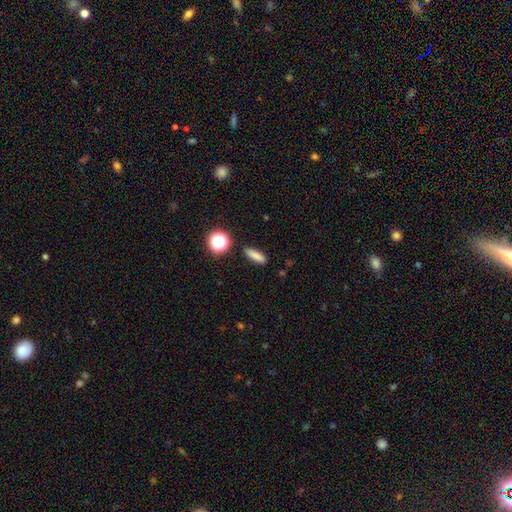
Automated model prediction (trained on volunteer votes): The model was most divided on "how rounded": cigar-shaped: 56%, in between: 35%, round: 9%. More confident: merging — none (88%); smooth or featured — smooth (80%).